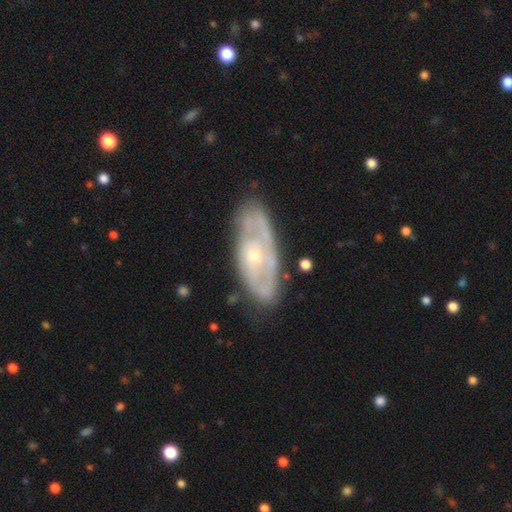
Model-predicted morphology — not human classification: smooth-or-featured: featured or disk: 73% | smooth: 22% | star or artifact: 5%
  disk-edge-on: no: 87% | yes: 13%
    bar: no: 78% | weak: 19% | strong: 4%
    has-spiral-arms: yes: 63% | no: 37%
    bulge-size: small: 54% | moderate: 42% | large: 2% | none: 1% | dominant: 1%
  merging: none: 70% | minor disturbance: 21% | major disturbance: 7% | merger: 2%